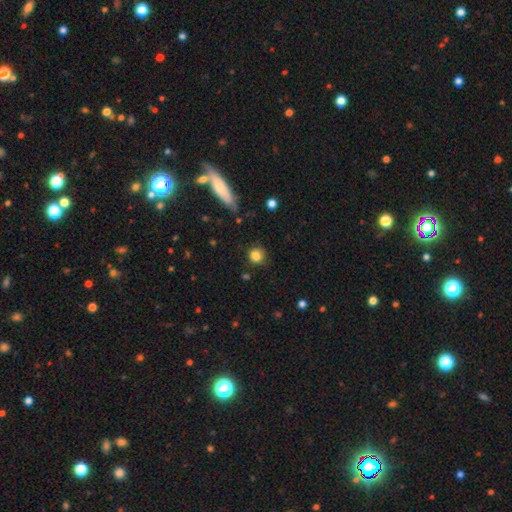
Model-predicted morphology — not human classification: Overall: smooth (84%). How rounded: round (88%). Merging: none (83%).